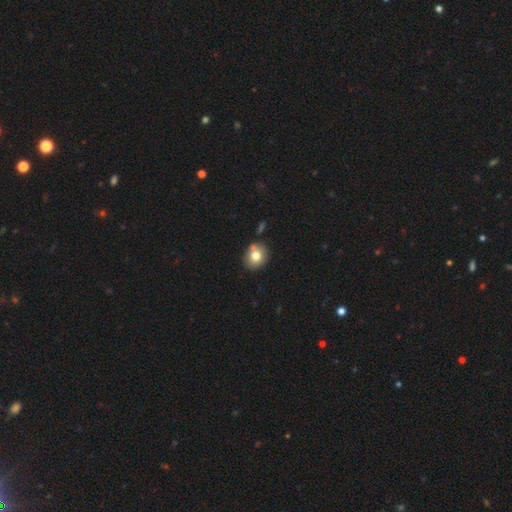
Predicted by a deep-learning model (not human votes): A smooth galaxy with no disk features (76%) that is round (66%).

Vote fractions:
- Smooth or featured? smooth: 76% / featured or disk: 14% / star or artifact: 10%
- How rounded? round: 66% / in between: 33% / cigar-shaped: 1%
- Merging? none: 73% / minor disturbance: 15% / merger: 10% / major disturbance: 3%